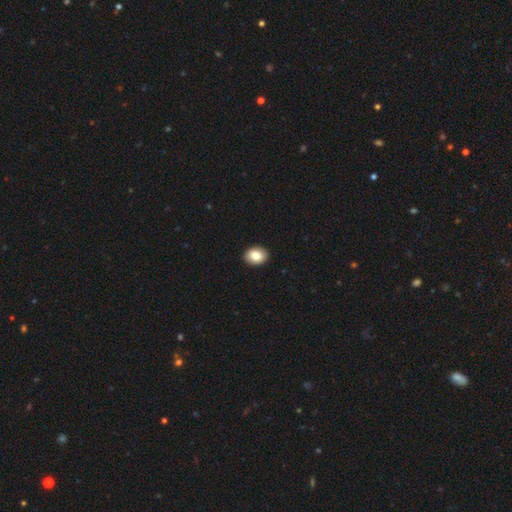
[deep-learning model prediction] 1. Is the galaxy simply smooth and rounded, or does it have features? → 84% smooth, 8% featured or disk, 8% star or artifact.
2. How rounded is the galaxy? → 65% in between, 34% round, 1% cigar-shaped.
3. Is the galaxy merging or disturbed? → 92% none, 6% minor disturbance, 1% major disturbance, 1% merger.